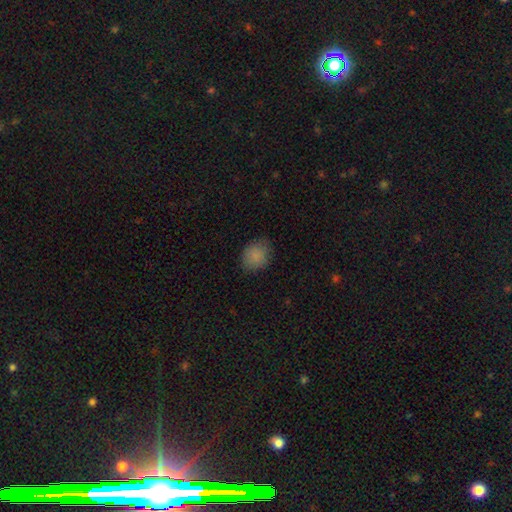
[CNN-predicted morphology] smooth 85%, star or artifact 10%, featured or disk 5%. Down the decision tree: how rounded — round (65%); merging — none (79%).